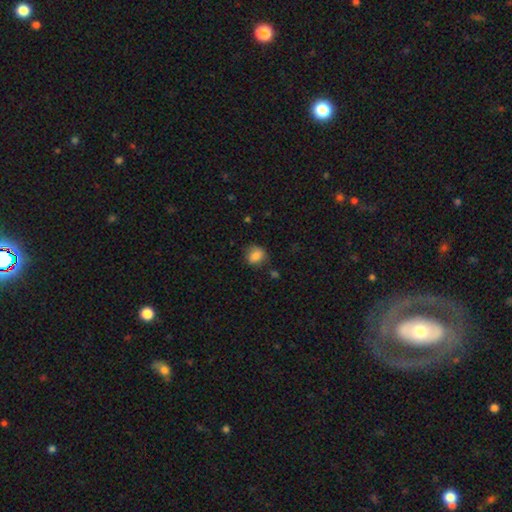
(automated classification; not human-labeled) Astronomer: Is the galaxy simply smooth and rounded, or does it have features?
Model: smooth — 83%.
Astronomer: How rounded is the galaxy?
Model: round — 65%.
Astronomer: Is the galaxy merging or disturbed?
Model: none — 72%.